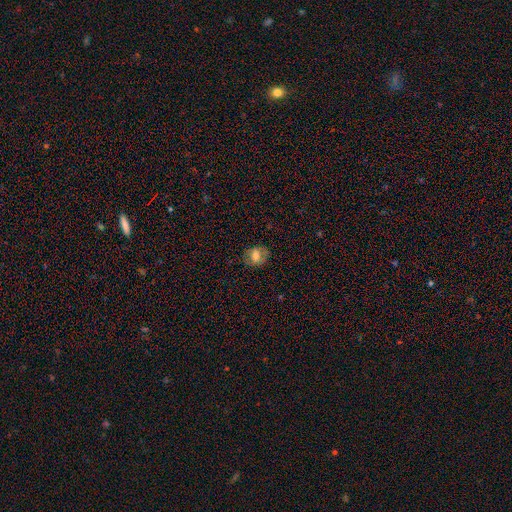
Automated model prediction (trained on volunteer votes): This appears to be a smooth galaxy with no disk features (65%) that is round (50%). Merging: none (79%).